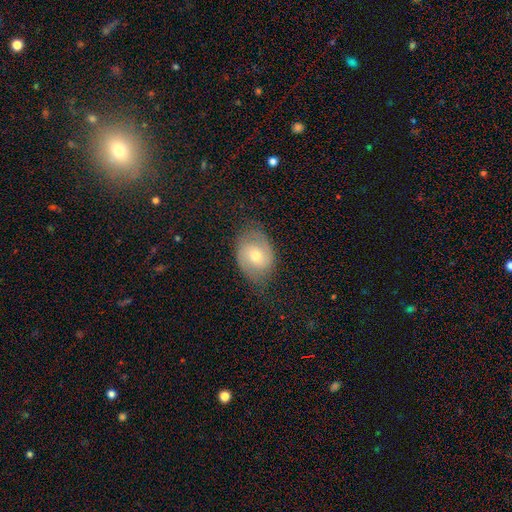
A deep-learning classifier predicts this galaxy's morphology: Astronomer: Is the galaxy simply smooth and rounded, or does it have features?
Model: featured or disk — 57% (runner-up: smooth, 35%).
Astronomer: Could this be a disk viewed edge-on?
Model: no — 96%.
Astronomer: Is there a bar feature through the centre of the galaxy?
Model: no — 57% (runner-up: weak, 34%).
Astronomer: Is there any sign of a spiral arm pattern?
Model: yes — 83%.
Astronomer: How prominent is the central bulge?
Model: moderate — 56% (runner-up: small, 39%).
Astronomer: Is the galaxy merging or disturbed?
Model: none — 72%.